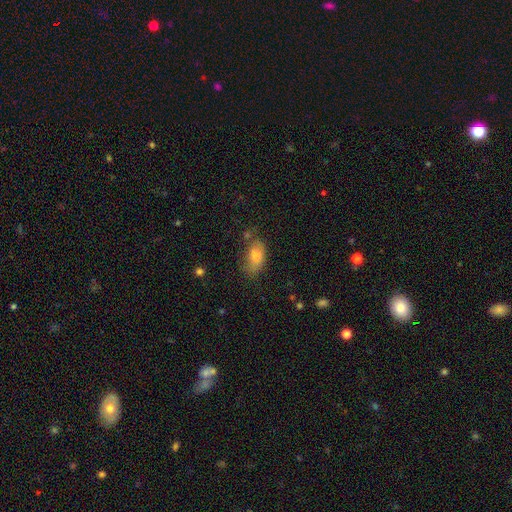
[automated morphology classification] Smooth or featured: smooth — 76% (featured or disk — 14%)
How rounded: in between — 90% (round — 6%)
Merging: none — 61% (minor disturbance — 26%)